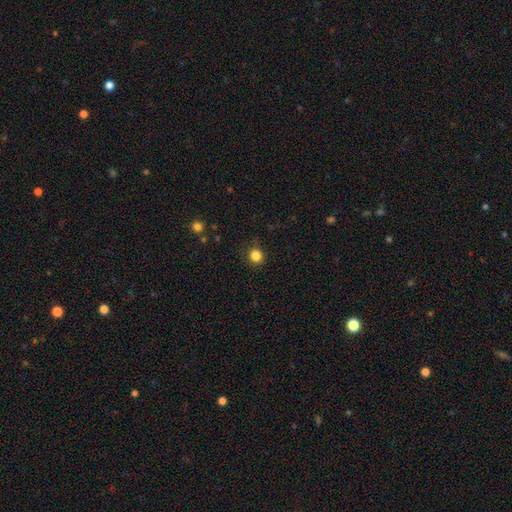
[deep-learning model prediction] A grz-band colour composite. It shows a smooth galaxy with no disk features (84%) that is round (90%). Merging: none (88%).